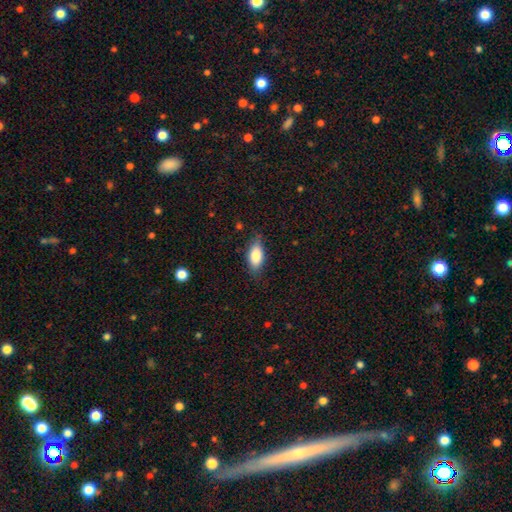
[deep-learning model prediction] A smooth galaxy with no disk features (83%) that is in between round and cigar-shaped (86%).

Vote fractions:
- Smooth or featured? smooth: 83% / featured or disk: 10% / star or artifact: 7%
- How rounded? in between: 86% / cigar-shaped: 10% / round: 4%
- Merging? none: 77% / minor disturbance: 18% / major disturbance: 4% / merger: 1%